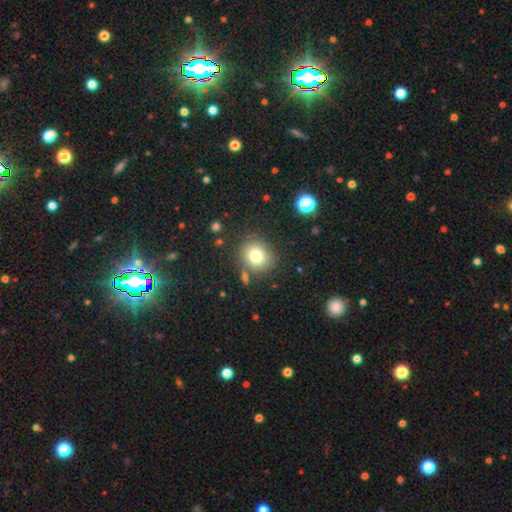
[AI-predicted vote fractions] The model was most divided on "how rounded": round: 82%, in between: 18%, cigar-shaped: 1%. More confident: merging — none (80%); smooth or featured — smooth (77%).